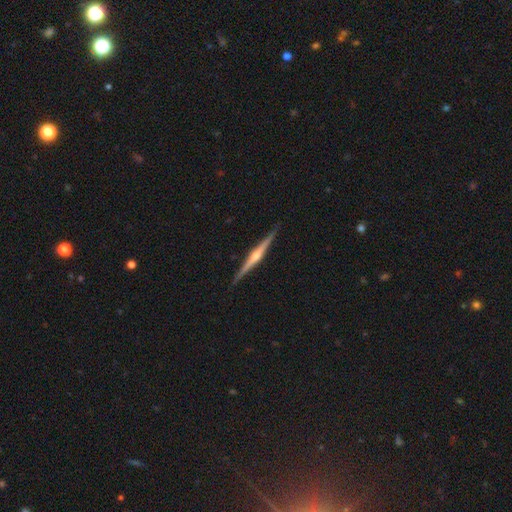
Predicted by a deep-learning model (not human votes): A featured or disk galaxy (80%) viewed edge-on (99%) with a rounded central bulge (85%).

Vote fractions:
- Smooth or featured? featured or disk: 80% / smooth: 15% / star or artifact: 5%
- Edge-on disk? yes: 99% / no: 1%
- Edge-on bulge? rounded: 85% / none: 8% / boxy: 6%
- Merging? none: 91% / minor disturbance: 6% / major disturbance: 1% / merger: 1%